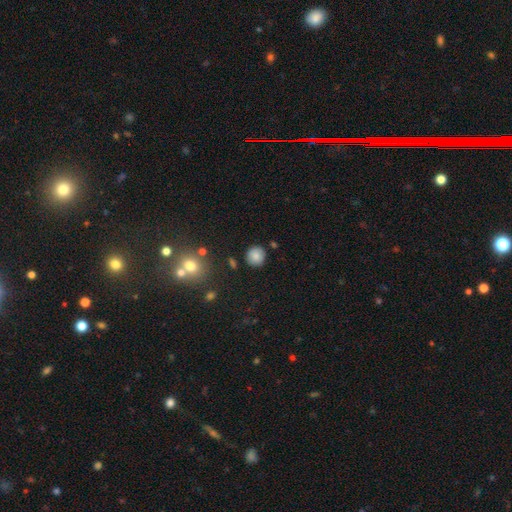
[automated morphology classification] smooth 84%, star or artifact 10%, featured or disk 6%. Down the decision tree: how rounded — round (89%); merging — none (87%).